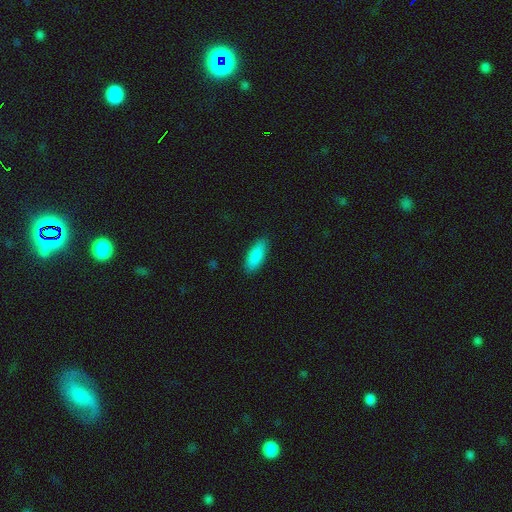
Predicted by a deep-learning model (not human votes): smooth 88%, star or artifact 6%, featured or disk 6%. Down the decision tree: how rounded — in between (78%); merging — none (88%).